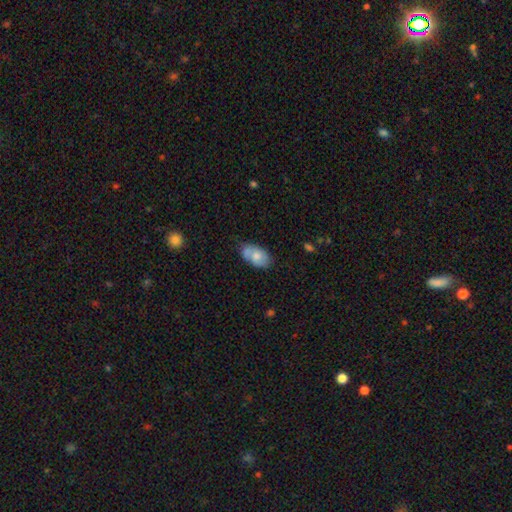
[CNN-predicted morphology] Smooth or featured? Predicted: smooth (p=0.65). How rounded? Predicted: in between (p=0.92). Merging? Predicted: none (p=0.57).